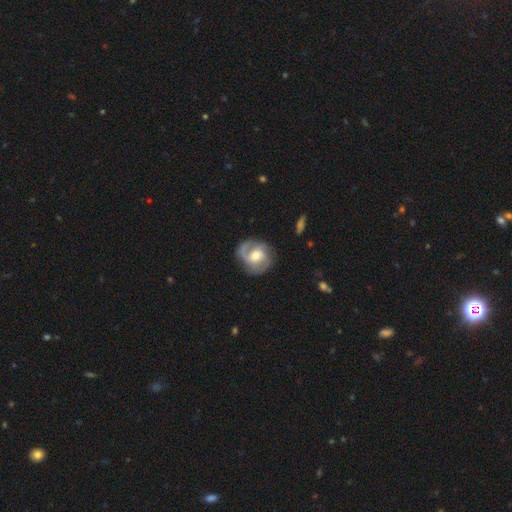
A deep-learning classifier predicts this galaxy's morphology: Smooth or featured? Predicted: featured or disk (p=0.79). Edge-on disk? Predicted: no (p=0.98). Bar? Predicted: no (p=0.48). Spiral arms? Predicted: yes (p=0.94). Spiral winding? Predicted: medium (p=0.47). Spiral arm count? Predicted: 2 (p=0.61). Bulge size? Predicted: moderate (p=0.65). Merging? Predicted: none (p=0.74).